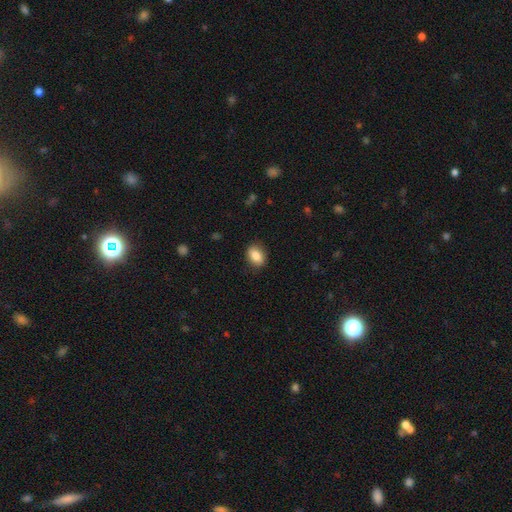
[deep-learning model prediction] Smooth or featured: smooth — 86% (star or artifact — 8%)
How rounded: in between — 77% (round — 22%)
Merging: none — 86% (minor disturbance — 11%)